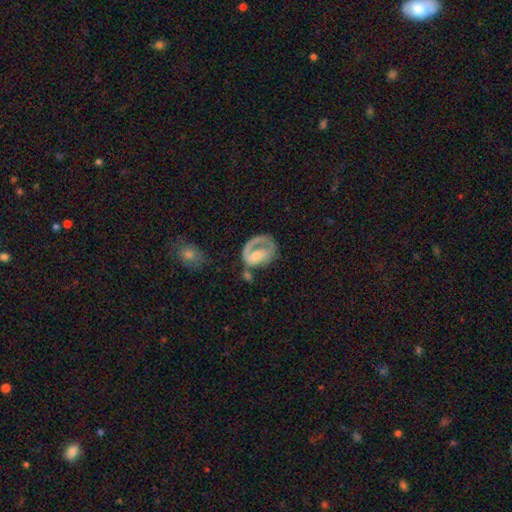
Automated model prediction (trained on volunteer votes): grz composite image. It shows a featured or disk galaxy (60%) with no bar (67%), spiral arms (62%) and a small central bulge (43%). Merging: none (36%).